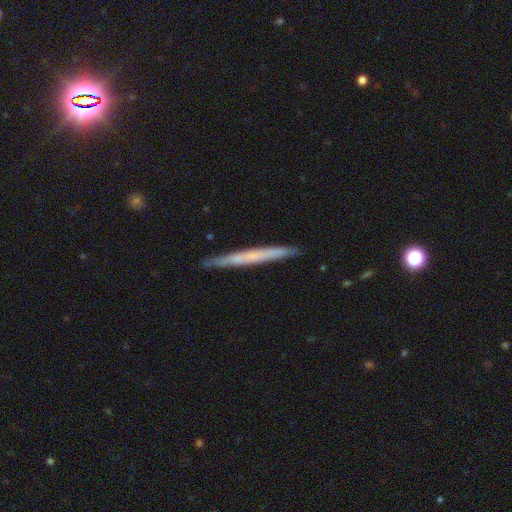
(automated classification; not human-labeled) This appears to be a smooth galaxy with no disk features (48%). Merging: none (89%).